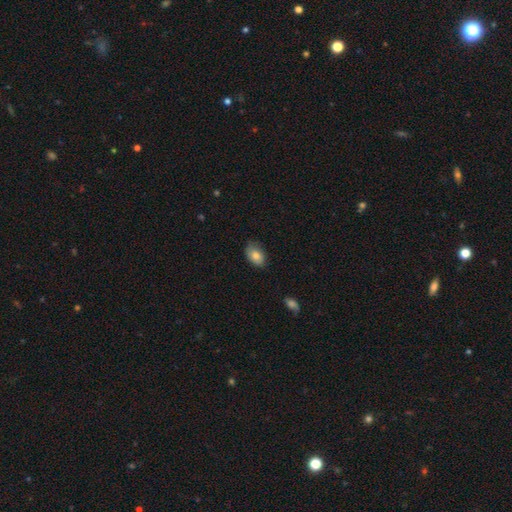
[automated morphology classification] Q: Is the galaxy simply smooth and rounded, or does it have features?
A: smooth — 81%.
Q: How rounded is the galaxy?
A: in between — 87%.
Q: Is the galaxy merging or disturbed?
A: none — 73%.